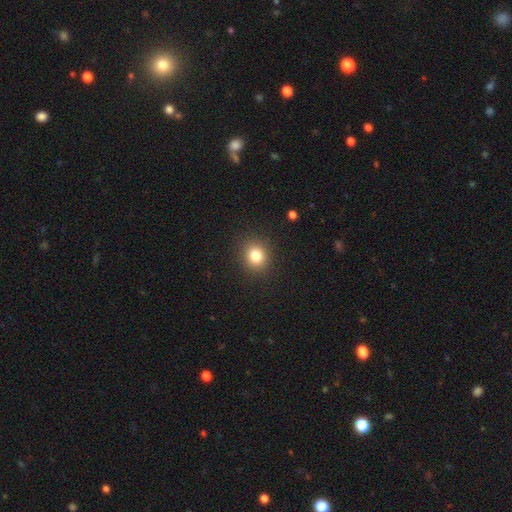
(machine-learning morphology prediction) The model was most divided on "how rounded": round: 74%, in between: 26%, cigar-shaped: 1%. More confident: merging — none (89%); smooth or featured — smooth (82%).